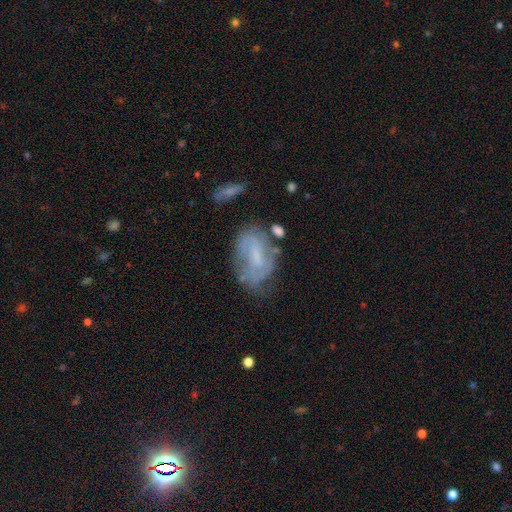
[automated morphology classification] Overall: featured or disk (59%; smooth 32%). Edge-on disk: no (96%). Bar: weak (47%; no 39%). Spiral arms: yes (64%; no 36%). Bulge size: small (38%; none 36%). Merging: none (51%; minor disturbance 27%).